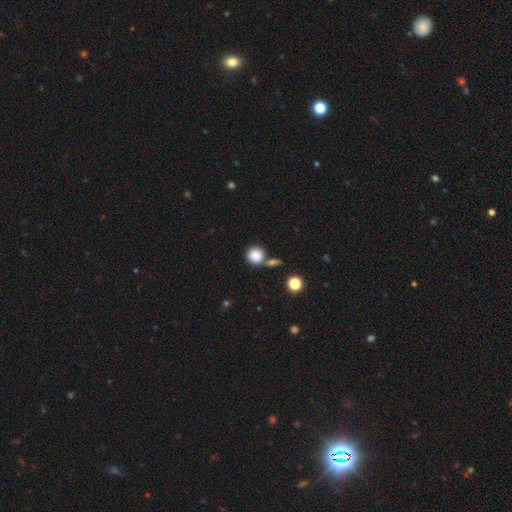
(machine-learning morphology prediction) A smooth galaxy with no disk features (85%) that is round (91%).

Vote fractions:
- Smooth or featured? smooth: 85% / star or artifact: 10% / featured or disk: 5%
- How rounded? round: 91% / in between: 8% / cigar-shaped: 1%
- Merging? none: 61% / merger: 23% / minor disturbance: 11% / major disturbance: 4%